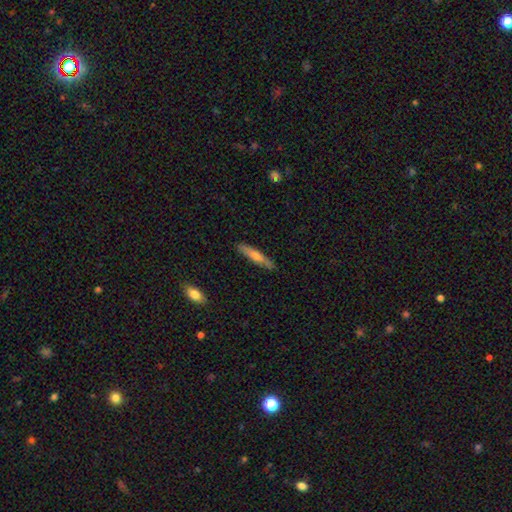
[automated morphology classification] Overall: smooth (54%; featured or disk 40%). How rounded: cigar-shaped (88%). Merging: none (87%).